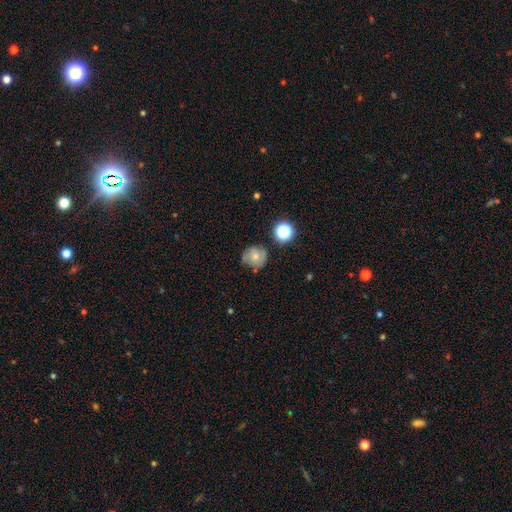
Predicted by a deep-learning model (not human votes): smooth_or_featured: smooth (p=0.50) [alt: featured or disk p=0.38]
how_rounded: round (p=0.86) [alt: in between p=0.13]
merging: none (p=0.68) [alt: minor disturbance p=0.22]